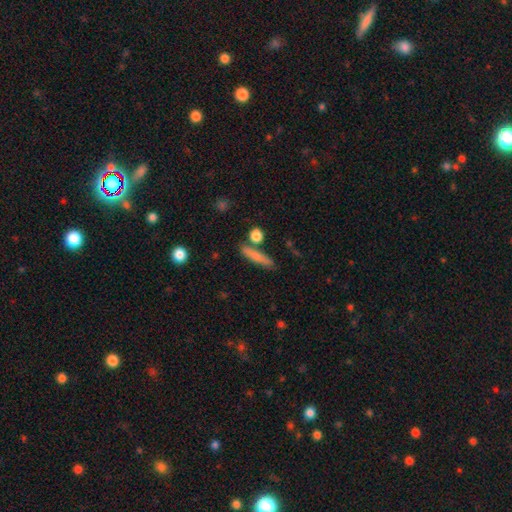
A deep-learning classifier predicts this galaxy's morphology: smooth-or-featured: smooth: 75% | featured or disk: 17% | star or artifact: 7%
  how-rounded: cigar-shaped: 83% | in between: 12% | round: 5%
  merging: none: 77% | minor disturbance: 11% | merger: 9% | major disturbance: 3%